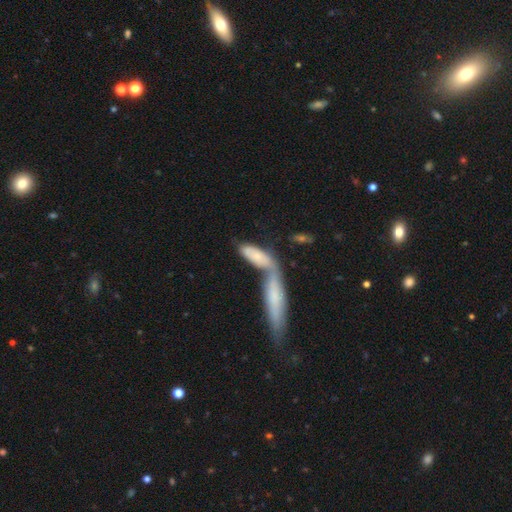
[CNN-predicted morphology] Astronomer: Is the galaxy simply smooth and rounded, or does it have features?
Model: smooth — 68%.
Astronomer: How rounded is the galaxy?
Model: in between — 58% (runner-up: cigar-shaped, 40%).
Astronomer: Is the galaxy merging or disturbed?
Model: merger — 61%.